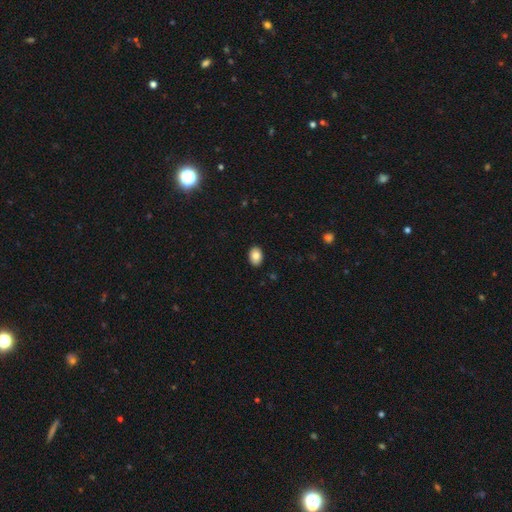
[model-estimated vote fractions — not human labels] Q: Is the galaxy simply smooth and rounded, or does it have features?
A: smooth — 84%.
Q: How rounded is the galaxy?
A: in between — 80%.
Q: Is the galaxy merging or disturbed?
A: none — 90%.